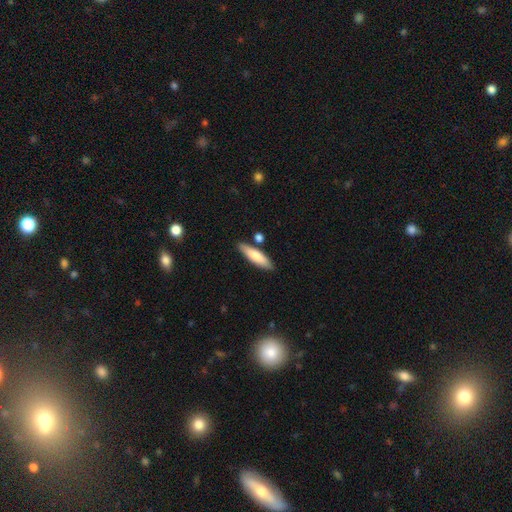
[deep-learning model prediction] This is likely a smooth galaxy (76%). How rounded: likely cigar-shaped (64%). Merging: clearly none (81%).